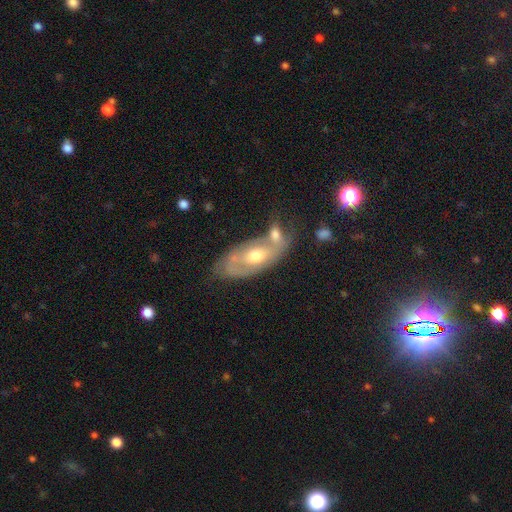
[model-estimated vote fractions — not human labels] Smooth or featured? Predicted: featured or disk (p=0.60). Edge-on disk? Predicted: no (p=0.87). Bar? Predicted: no (p=0.71). Spiral arms? Predicted: yes (p=0.53). Bulge size? Predicted: moderate (p=0.75). Merging? Predicted: none (p=0.37).